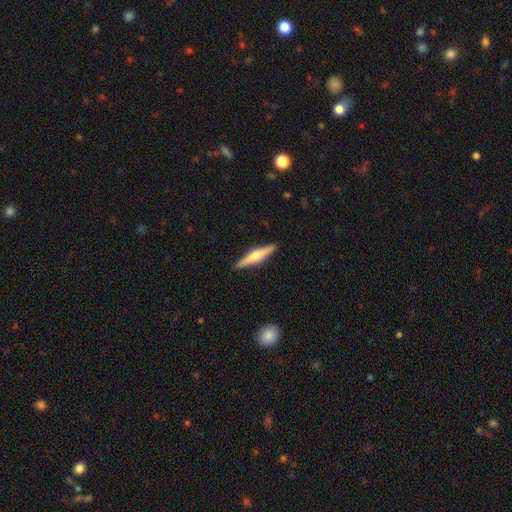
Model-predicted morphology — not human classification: This is likely a featured or disk galaxy (62%). It is clearly viewed edge-on (97%). Edge-on bulge: clearly rounded (87%). Merging: clearly none (91%).